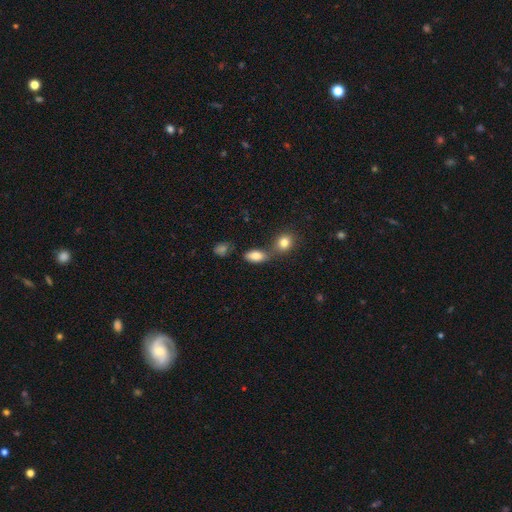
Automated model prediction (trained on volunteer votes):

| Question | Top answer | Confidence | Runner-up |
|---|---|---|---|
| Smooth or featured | smooth | 83% | star or artifact (9%) |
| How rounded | in between | 88% | round (9%) |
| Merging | none | 49% | merger (34%) |